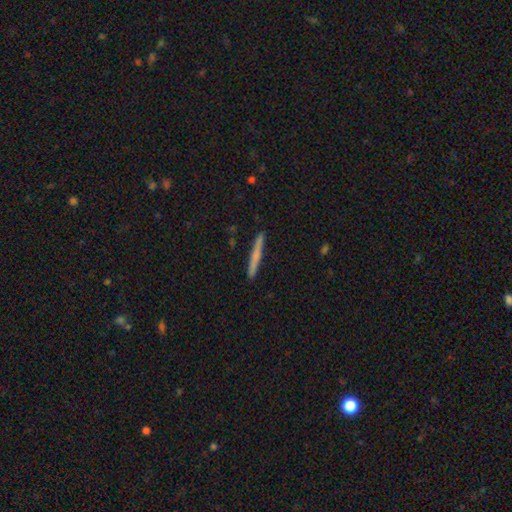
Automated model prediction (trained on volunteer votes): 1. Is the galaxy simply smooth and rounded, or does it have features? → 59% smooth, 35% featured or disk, 6% star or artifact.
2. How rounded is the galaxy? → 96% cigar-shaped, 2% in between, 1% round.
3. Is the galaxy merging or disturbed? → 92% none, 6% minor disturbance, 1% major disturbance, 1% merger.